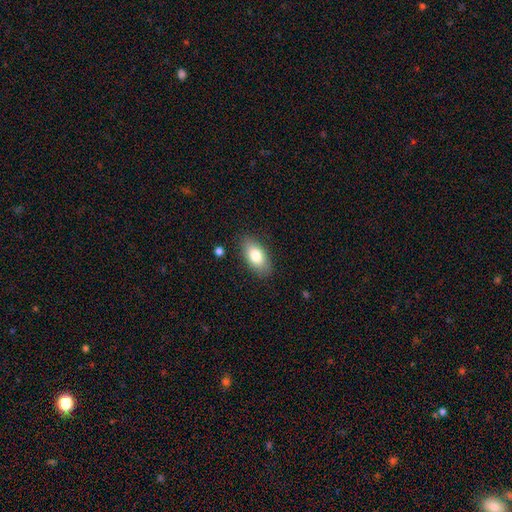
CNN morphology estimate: Smooth or featured?
  - smooth: 79% *
  - featured or disk: 14%
  - star or artifact: 7%
How rounded?
  - in between: 91% *
  - cigar-shaped: 4%
  - round: 4%
Merging?
  - none: 85% *
  - minor disturbance: 11%
  - major disturbance: 3%
  - merger: 1%